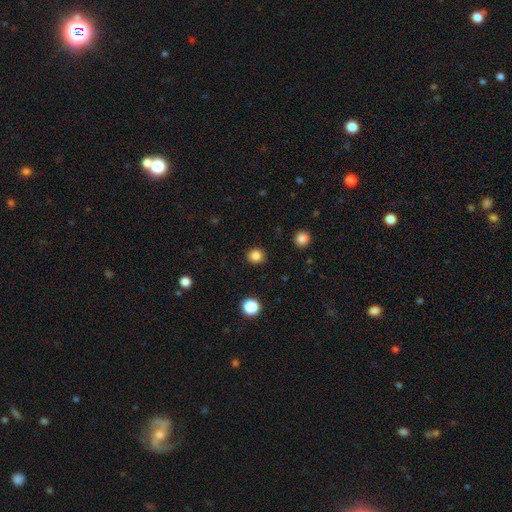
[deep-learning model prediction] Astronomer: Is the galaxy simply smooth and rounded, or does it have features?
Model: smooth — 84%.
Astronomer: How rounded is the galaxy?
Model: round — 90%.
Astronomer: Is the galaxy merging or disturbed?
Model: none — 91%.